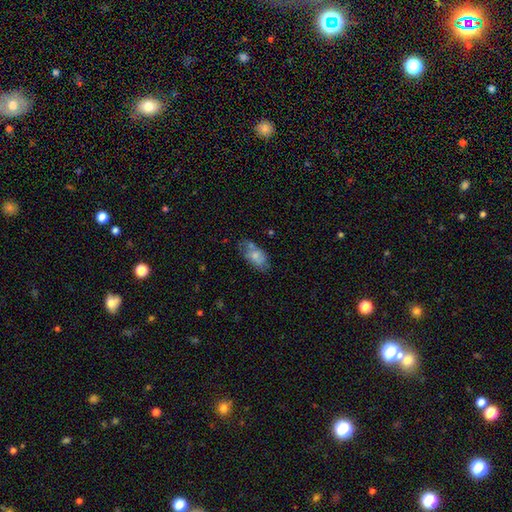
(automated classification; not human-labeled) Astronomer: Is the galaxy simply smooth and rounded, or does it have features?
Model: smooth — 64%.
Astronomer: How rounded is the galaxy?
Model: in between — 90%.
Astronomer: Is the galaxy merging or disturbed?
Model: none — 43% (runner-up: minor disturbance, 29%).